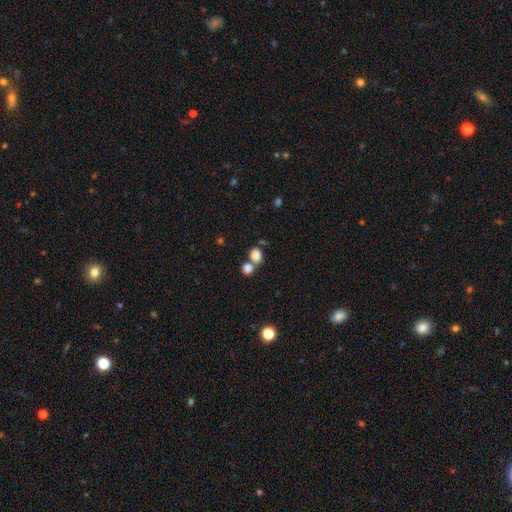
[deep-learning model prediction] Smooth or featured?
  - smooth: 83% *
  - star or artifact: 11%
  - featured or disk: 6%
How rounded?
  - round: 51% *
  - in between: 47%
  - cigar-shaped: 1%
Merging?
  - merger: 44% *
  - none: 43%
  - minor disturbance: 9%
  - major disturbance: 4%